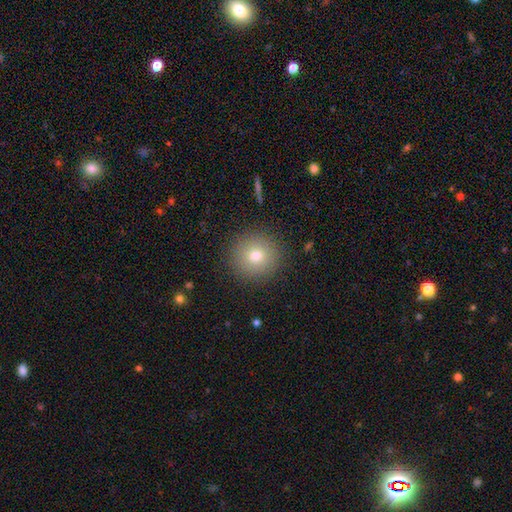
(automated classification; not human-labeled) A smooth galaxy with no disk features (77%) that is round (94%).

Vote fractions:
- Smooth or featured? smooth: 77% / star or artifact: 12% / featured or disk: 11%
- How rounded? round: 94% / in between: 5% / cigar-shaped: 1%
- Merging? none: 90% / minor disturbance: 6% / major disturbance: 2% / merger: 1%